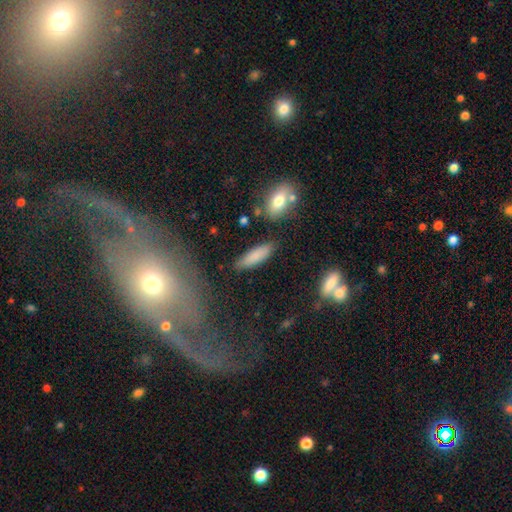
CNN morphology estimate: Smooth or featured? smooth (83%)
How rounded? cigar-shaped (54%)
Merging? none (83%)